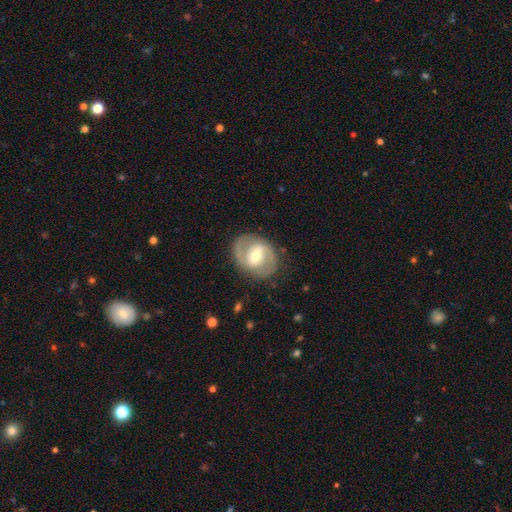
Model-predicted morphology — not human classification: This appears to be a featured or disk galaxy (80%) with a weak bar (47%), 2 (89%) medium (52%) spiral arms (86%) and a moderate central bulge (64%). Merging: none (84%).